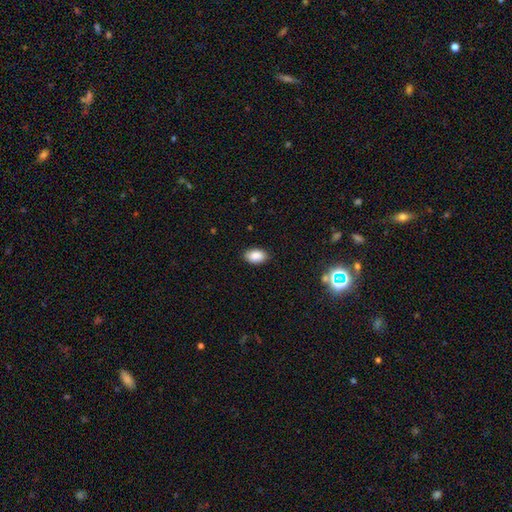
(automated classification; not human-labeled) This appears to be a smooth galaxy with no disk features (88%) that is in between round and cigar-shaped (91%). Merging: none (88%).